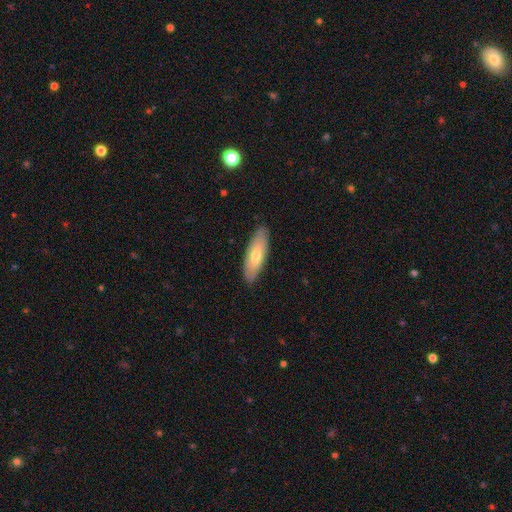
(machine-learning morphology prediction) smooth_or_featured: smooth (p=0.59) [alt: featured or disk p=0.35]
how_rounded: in between (p=0.62) [alt: cigar-shaped p=0.37]
merging: none (p=0.87) [alt: minor disturbance p=0.10]